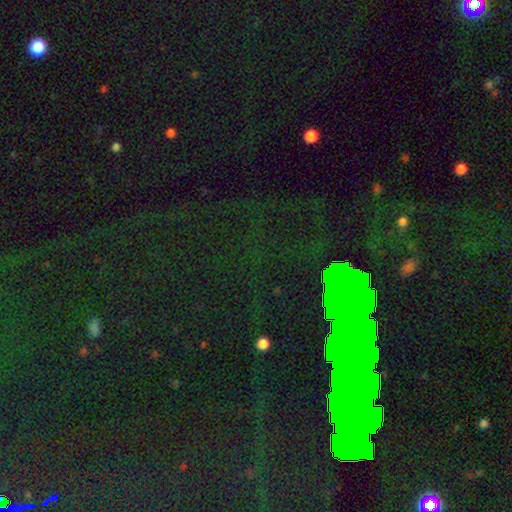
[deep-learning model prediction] A star or artifact, not a galaxy (73%).

Vote fractions:
- Smooth or featured? star or artifact: 73% / featured or disk: 14% / smooth: 14%